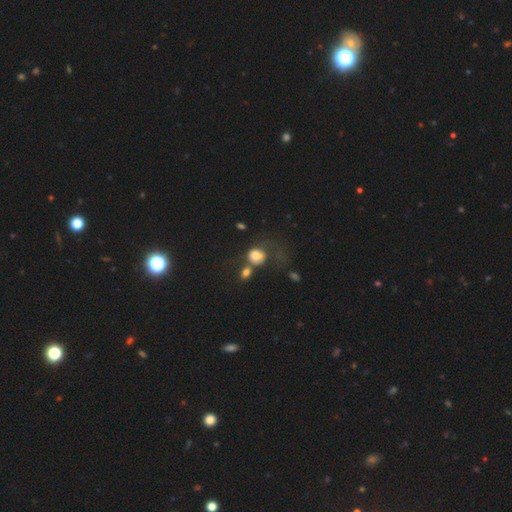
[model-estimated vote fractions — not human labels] A smooth galaxy with no disk features (73%) that is round (57%).

Vote fractions:
- Smooth or featured? smooth: 73% / featured or disk: 16% / star or artifact: 11%
- How rounded? round: 57% / in between: 41% / cigar-shaped: 1%
- Merging? merger: 40% / major disturbance: 24% / none: 22% / minor disturbance: 14%